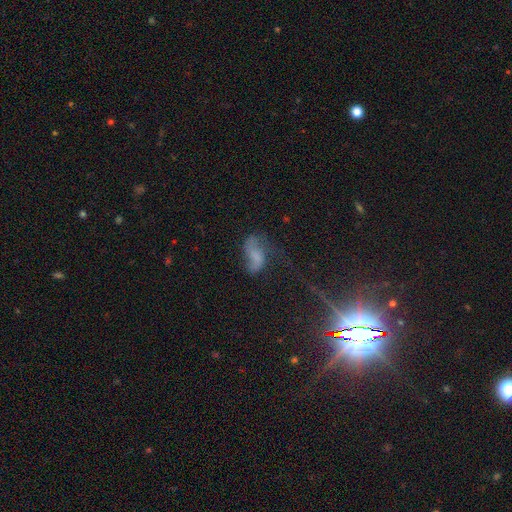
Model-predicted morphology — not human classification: Overall: featured or disk (48%; smooth 36%). Merging: major disturbance (35%, tied with none).